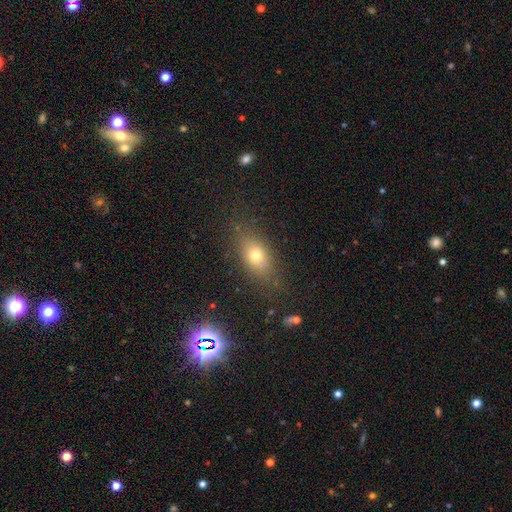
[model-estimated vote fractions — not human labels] A smooth galaxy with no disk features (67%) that is in between round and cigar-shaped (75%). Merging: none (80%).